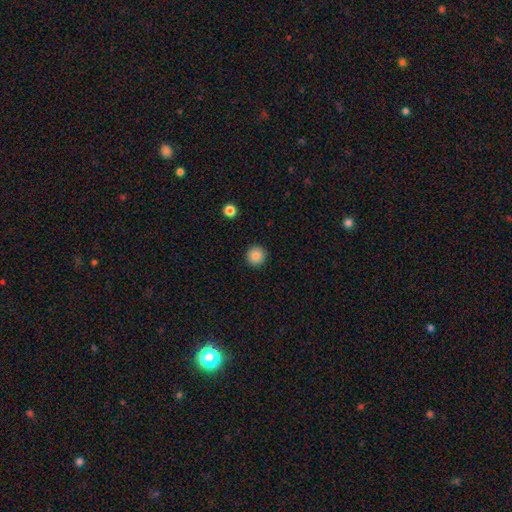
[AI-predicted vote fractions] A smooth galaxy with no disk features (86%) that is round (96%).

Vote fractions:
- Smooth or featured? smooth: 86% / star or artifact: 10% / featured or disk: 5%
- How rounded? round: 96% / in between: 4% / cigar-shaped: 1%
- Merging? none: 92% / minor disturbance: 5% / major disturbance: 2% / merger: 1%